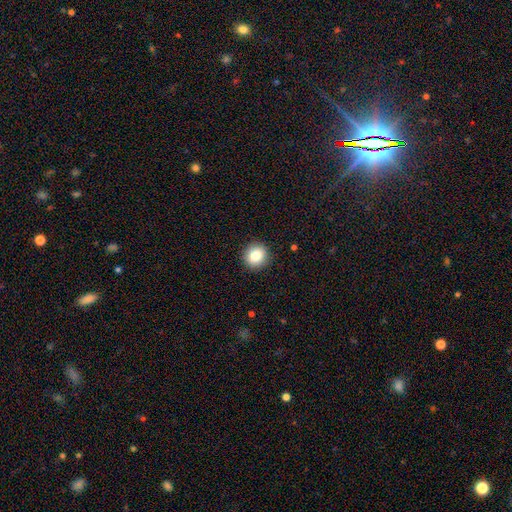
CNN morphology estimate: This is clearly a smooth galaxy (84%). How rounded: clearly round (86%). Merging: clearly none (91%).